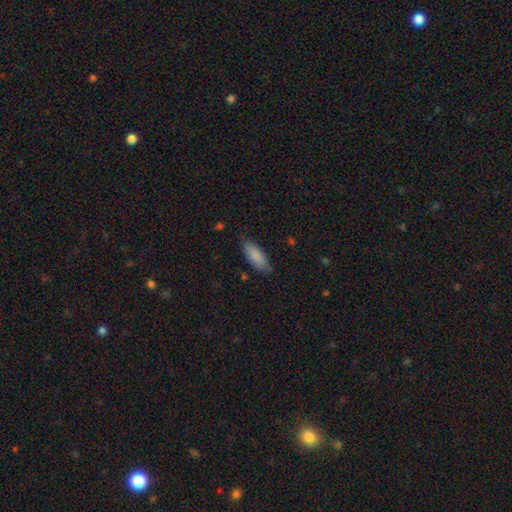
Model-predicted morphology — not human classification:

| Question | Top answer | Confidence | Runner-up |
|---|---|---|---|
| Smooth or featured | smooth | 87% | featured or disk (7%) |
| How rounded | in between | 74% | cigar-shaped (24%) |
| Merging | none | 80% | minor disturbance (16%) |